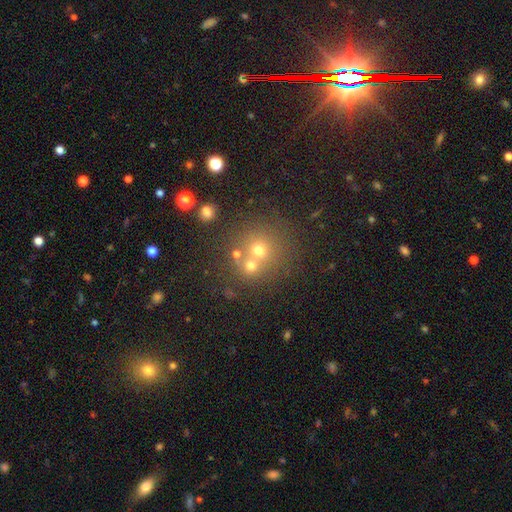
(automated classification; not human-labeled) smooth-or-featured: smooth: 58% | star or artifact: 26% | featured or disk: 15%
  how-rounded: round: 88% | in between: 12% | cigar-shaped: 1%
  merging: none: 55% | merger: 33% | minor disturbance: 8% | major disturbance: 4%